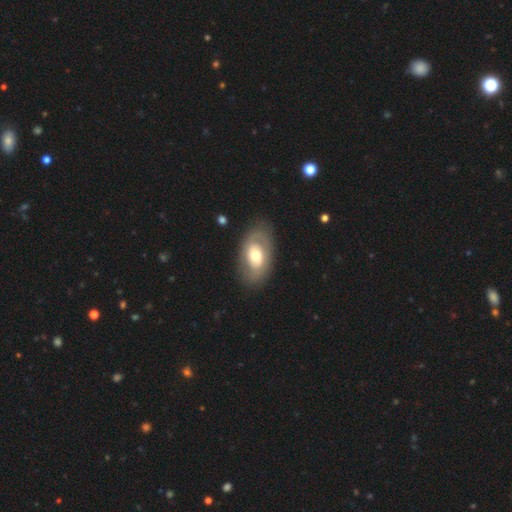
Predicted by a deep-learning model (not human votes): featured or disk 53%, smooth 42%, star or artifact 6%. Down the decision tree: edge-on disk — no (92%); merging — none (79%).